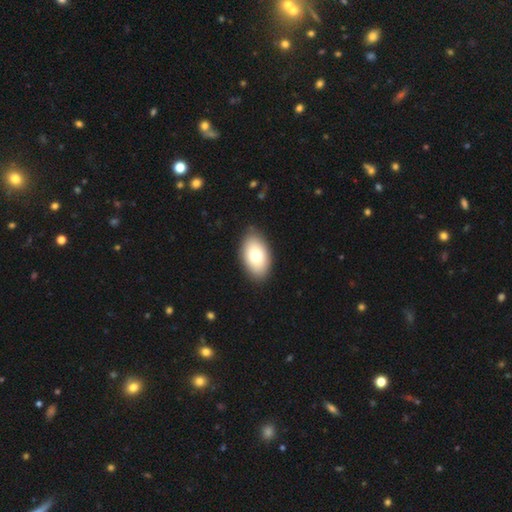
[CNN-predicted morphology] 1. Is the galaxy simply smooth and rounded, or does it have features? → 75% smooth, 18% featured or disk, 7% star or artifact.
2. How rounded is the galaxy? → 93% in between, 6% round, 1% cigar-shaped.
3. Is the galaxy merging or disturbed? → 87% none, 10% minor disturbance, 2% major disturbance, 1% merger.